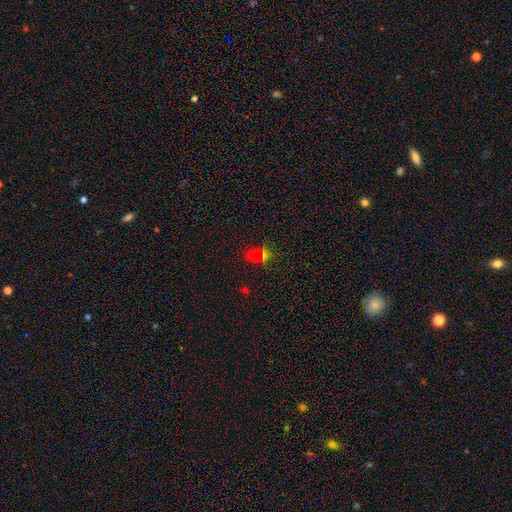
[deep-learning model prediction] Morphology: type=smooth (58%); roundness=in between (63%); merging=none (67%).